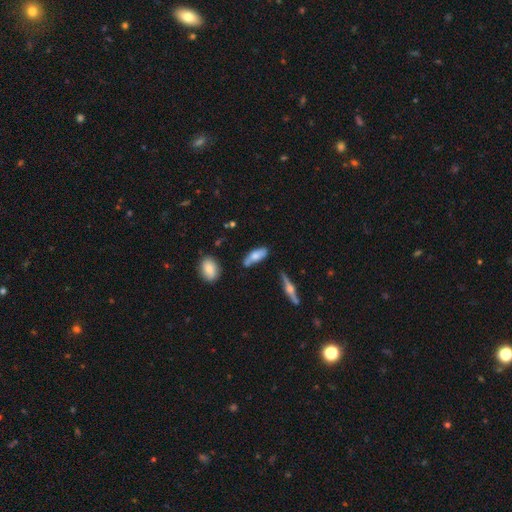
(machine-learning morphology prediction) smooth 64%, featured or disk 29%, star or artifact 7%. Down the decision tree: how rounded — in between (64%); merging — none (64%).